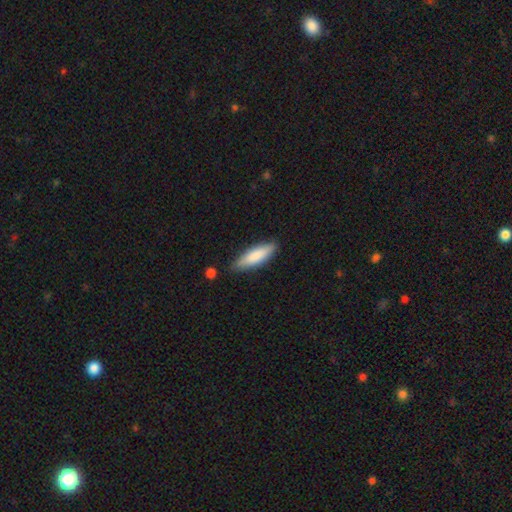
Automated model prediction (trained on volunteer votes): Q: Smooth or featured?
A: smooth (80%); runner-up: featured or disk (14%)
Q: How rounded?
A: cigar-shaped (57%); runner-up: in between (41%)
Q: Merging?
A: none (81%); runner-up: minor disturbance (14%)